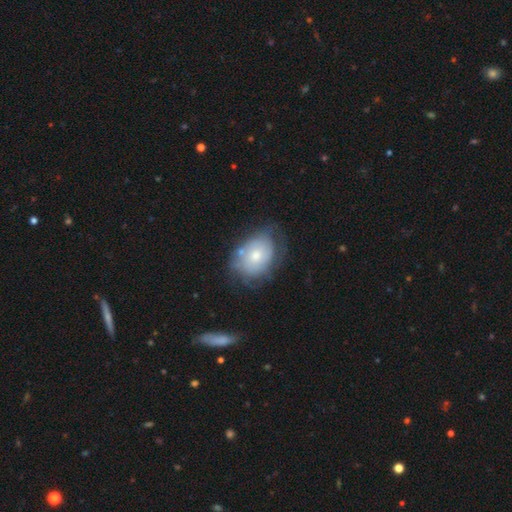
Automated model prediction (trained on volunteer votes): A smooth galaxy with no disk features (52%) that is in between round and cigar-shaped (71%).

Vote fractions:
- Smooth or featured? smooth: 52% / featured or disk: 41% / star or artifact: 7%
- How rounded? in between: 71% / round: 28% / cigar-shaped: 1%
- Merging? none: 52% / minor disturbance: 30% / major disturbance: 14% / merger: 5%